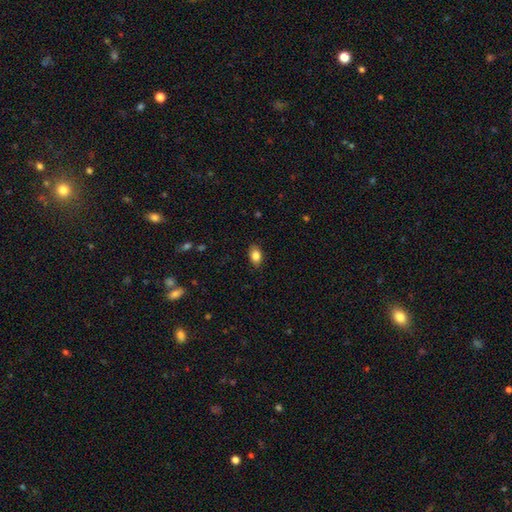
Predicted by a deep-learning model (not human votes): Overall: smooth (84%). How rounded: in between (86%). Merging: none (87%).